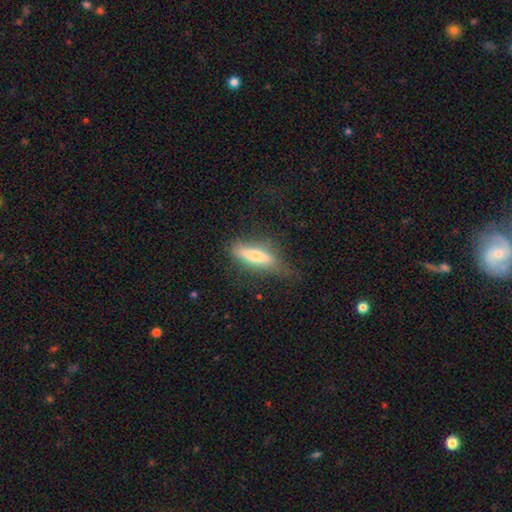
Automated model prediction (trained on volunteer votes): Smooth or featured? Predicted: smooth (p=0.59). How rounded? Predicted: cigar-shaped (p=0.64). Merging? Predicted: none (p=0.60).